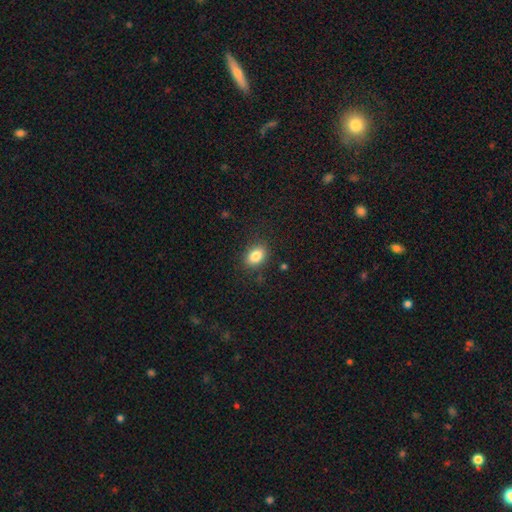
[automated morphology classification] type=smooth (84%); roundness=in between (78%); merging=none (83%).